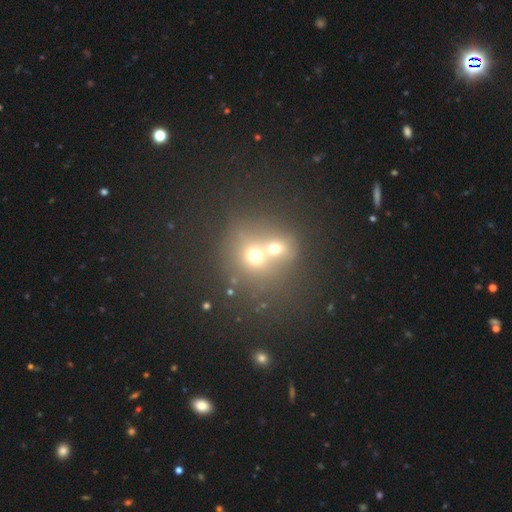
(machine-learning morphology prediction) Smooth or featured? smooth (58%)
How rounded? round (79%)
Merging? merger (62%)